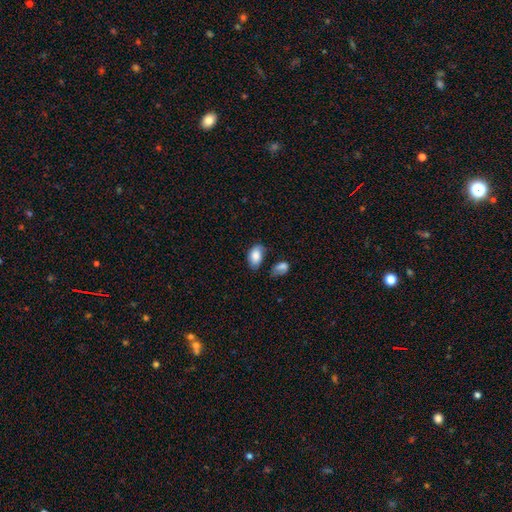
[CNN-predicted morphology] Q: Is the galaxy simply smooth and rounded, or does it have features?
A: smooth — 83%.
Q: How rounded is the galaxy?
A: in between — 91%.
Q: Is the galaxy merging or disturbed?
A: none — 50%.